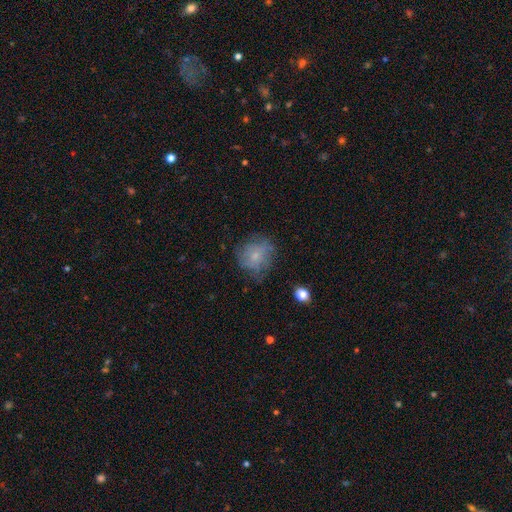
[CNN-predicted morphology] smooth 61%, featured or disk 28%, star or artifact 11%. Down the decision tree: how rounded — round (78%); merging — none (60%).